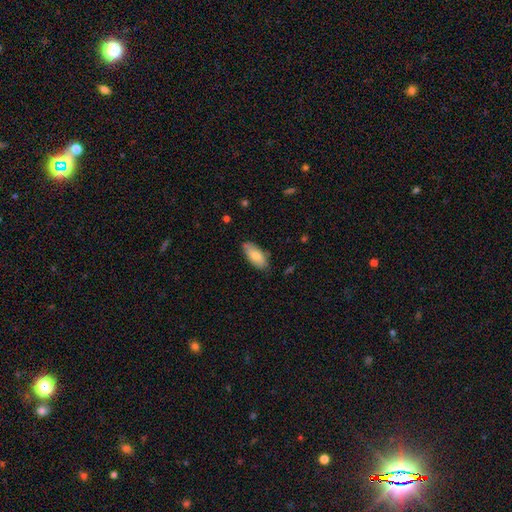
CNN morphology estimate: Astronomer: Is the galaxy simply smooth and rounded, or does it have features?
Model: smooth — 76%.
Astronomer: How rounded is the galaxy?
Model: in between — 88%.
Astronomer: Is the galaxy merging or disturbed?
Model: none — 79%.